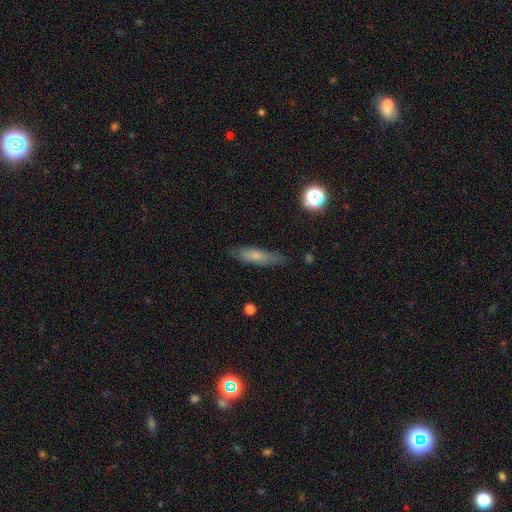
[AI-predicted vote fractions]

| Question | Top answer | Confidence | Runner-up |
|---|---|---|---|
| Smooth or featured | smooth | 64% | featured or disk (27%) |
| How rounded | cigar-shaped | 58% | in between (39%) |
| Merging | none | 72% | minor disturbance (21%) |